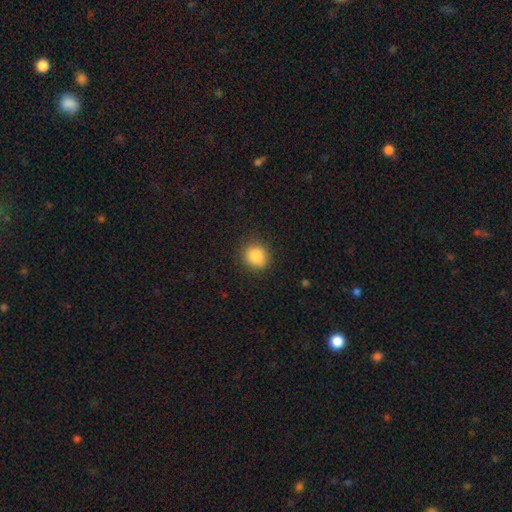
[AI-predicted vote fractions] This appears to be a smooth galaxy with no disk features (86%) that is round (82%). Merging: none (82%).